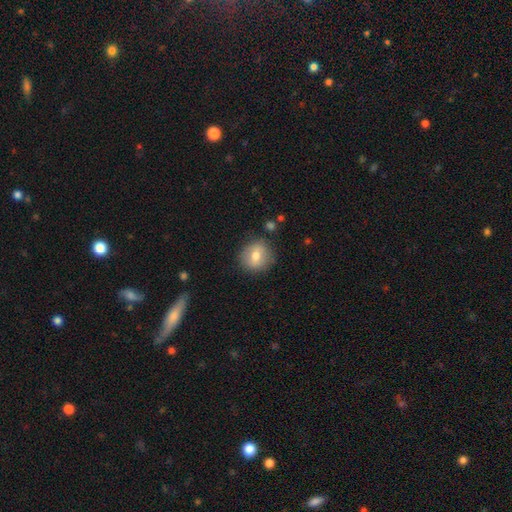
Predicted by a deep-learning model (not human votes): smooth-or-featured: smooth: 68% | featured or disk: 23% | star or artifact: 9%
  how-rounded: round: 85% | in between: 14% | cigar-shaped: 1%
  merging: none: 84% | minor disturbance: 11% | major disturbance: 3% | merger: 2%